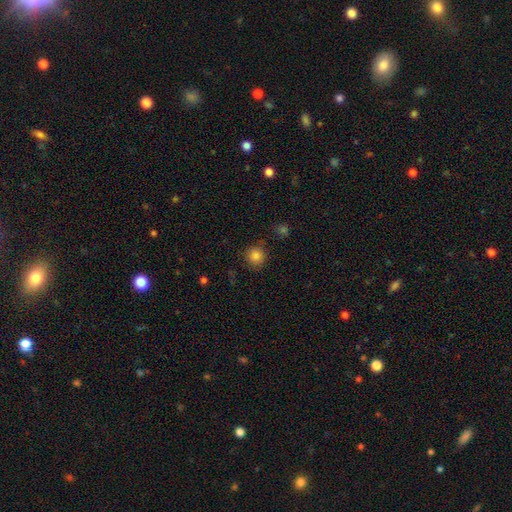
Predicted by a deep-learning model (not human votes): smooth-or-featured: smooth: 84% | star or artifact: 11% | featured or disk: 5%
  how-rounded: round: 92% | in between: 7% | cigar-shaped: 1%
  merging: none: 85% | minor disturbance: 10% | major disturbance: 3% | merger: 2%